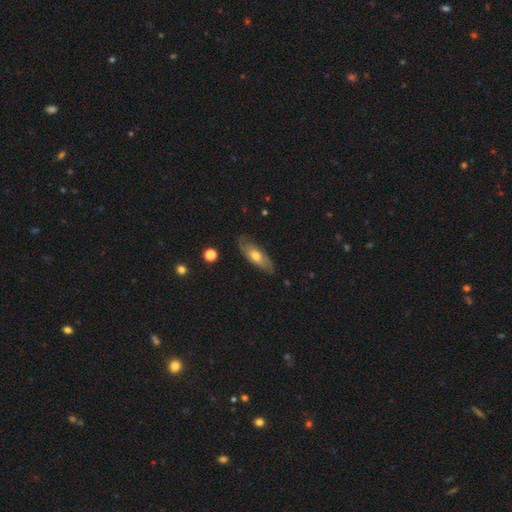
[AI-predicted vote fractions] Overall: smooth (54%; featured or disk 40%). How rounded: in between (67%; cigar-shaped 30%). Merging: none (78%).